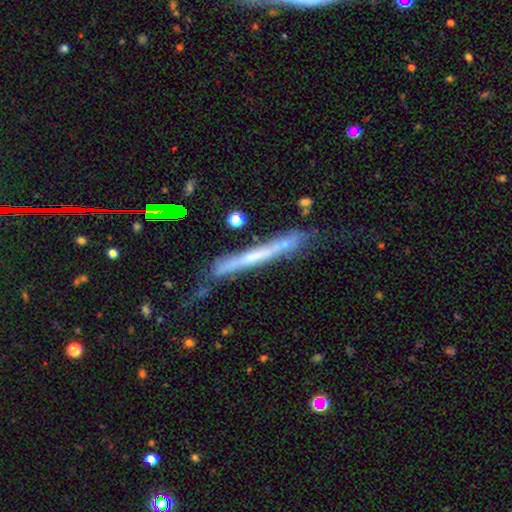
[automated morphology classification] smooth_or_featured: featured or disk (p=0.58) [alt: smooth p=0.33]
disk_edge_on: yes (p=0.89) [alt: no p=0.11]
edge_on_bulge: none (p=0.77) [alt: rounded p=0.16]
merging: none (p=0.61) [alt: minor disturbance p=0.26]